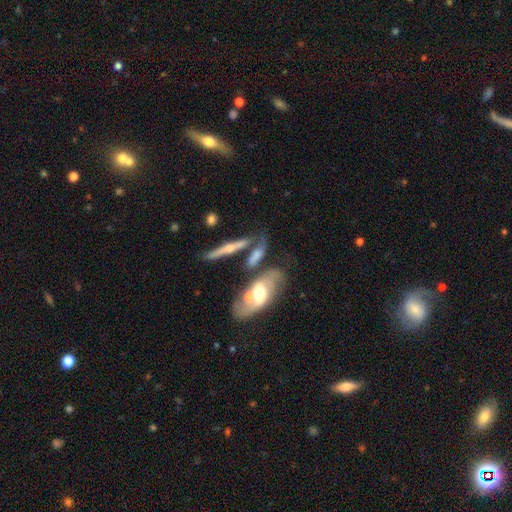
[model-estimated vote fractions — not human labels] smooth-or-featured: featured or disk: 48% | smooth: 43% | star or artifact: 9%
  merging: none: 43% | merger: 31% | minor disturbance: 17% | major disturbance: 9%